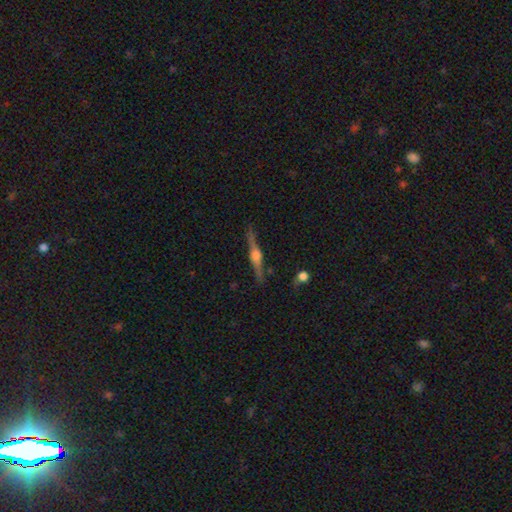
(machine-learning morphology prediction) Smooth or featured: featured or disk — 83% (smooth — 11%)
Edge-on disk: yes — 98% (no — 2%)
Edge-on bulge: rounded — 89% (boxy — 8%)
Merging: none — 86% (minor disturbance — 10%)